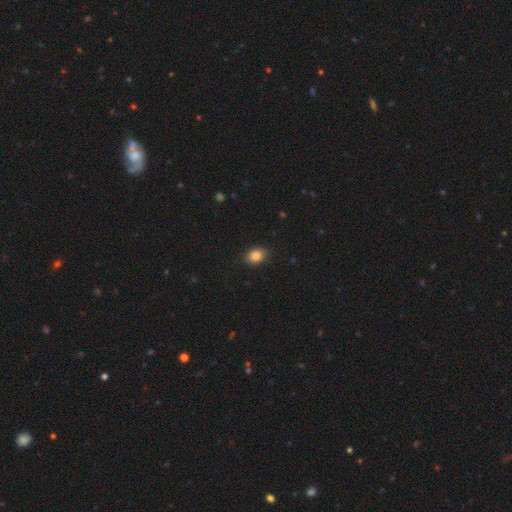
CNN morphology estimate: Smooth or featured: smooth — 86% (star or artifact — 9%)
How rounded: in between — 71% (round — 28%)
Merging: none — 87% (minor disturbance — 9%)